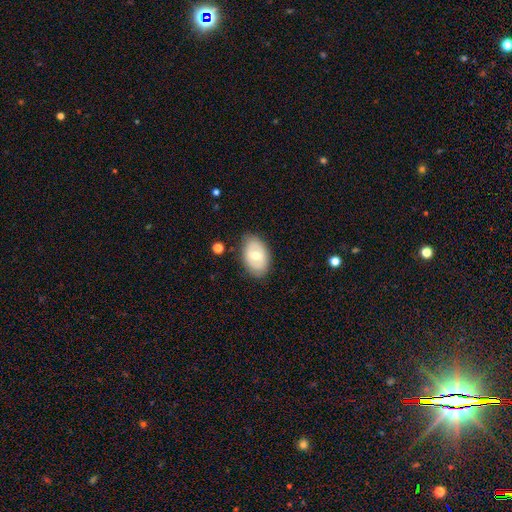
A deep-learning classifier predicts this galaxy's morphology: This is possibly a smooth galaxy (52%). How rounded: clearly in between (89%). Merging: likely none (79%).